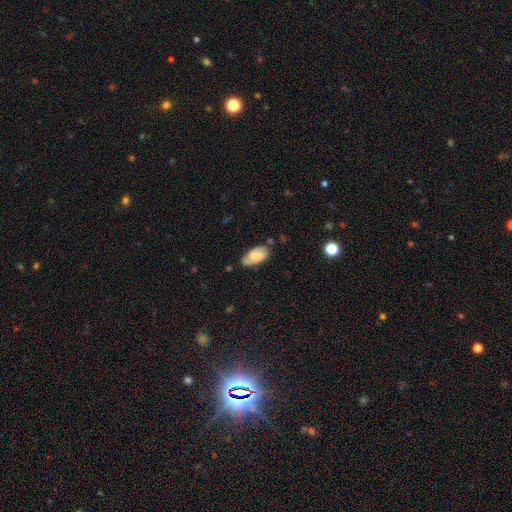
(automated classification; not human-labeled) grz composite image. It shows a smooth galaxy with no disk features (52%) that is in between round and cigar-shaped (92%). Merging: none (67%).